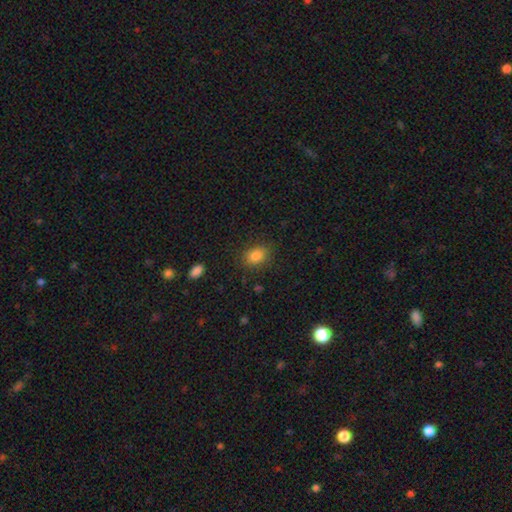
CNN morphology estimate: Overall: smooth (85%). How rounded: in between (74%). Merging: none (83%).